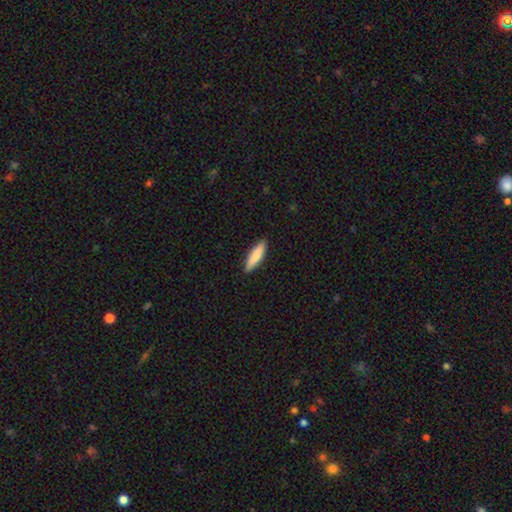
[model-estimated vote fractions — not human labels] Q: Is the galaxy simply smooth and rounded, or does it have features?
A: smooth — 81%.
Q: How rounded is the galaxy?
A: cigar-shaped — 73%.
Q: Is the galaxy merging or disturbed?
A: none — 90%.